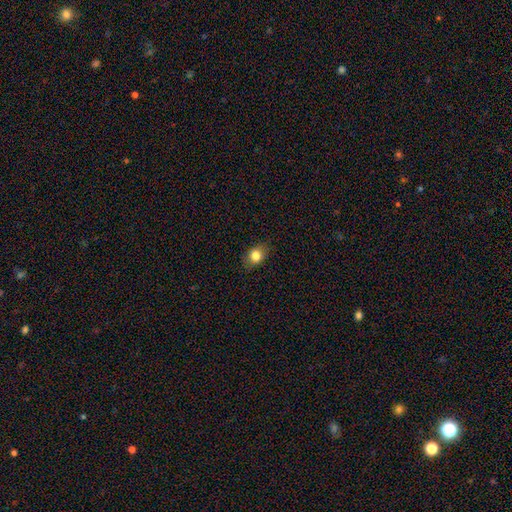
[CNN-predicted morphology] Overall: smooth (82%). How rounded: in between (58%; round 41%). Merging: none (83%).